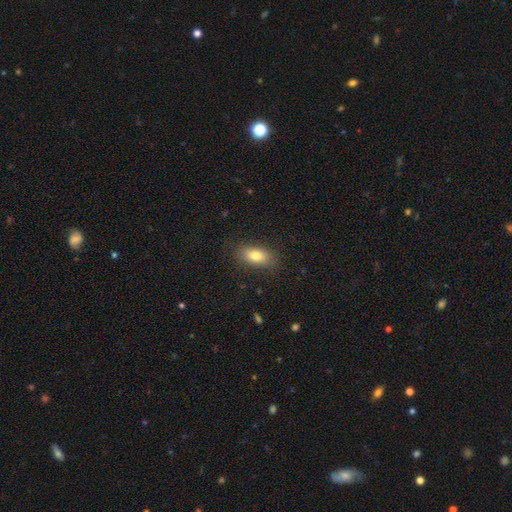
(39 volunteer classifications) A smooth galaxy with no disk features (79%) that is in between round and cigar-shaped (84%). Merging: none (78%).